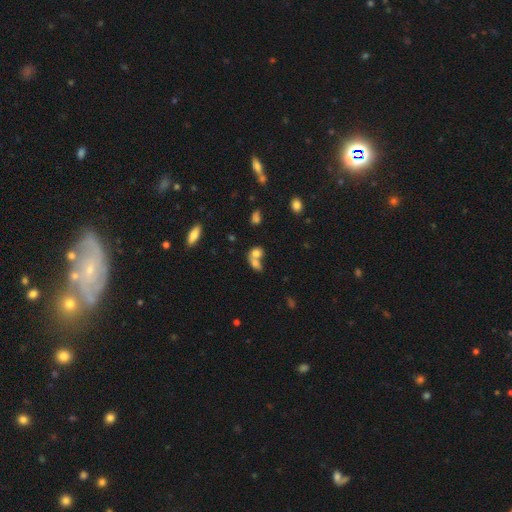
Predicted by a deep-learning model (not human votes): Q: Smooth or featured?
A: smooth (71%); runner-up: featured or disk (17%)
Q: How rounded?
A: in between (64%); runner-up: round (32%)
Q: Merging?
A: merger (67%); runner-up: none (21%)